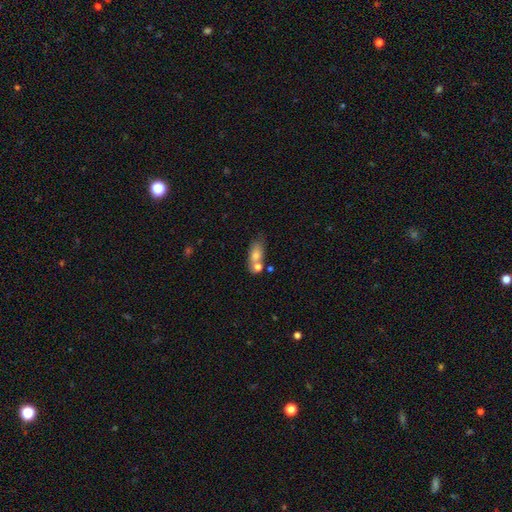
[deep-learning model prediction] Overall: smooth (71%). How rounded: in between (78%). Merging: none (45%; merger 33%).